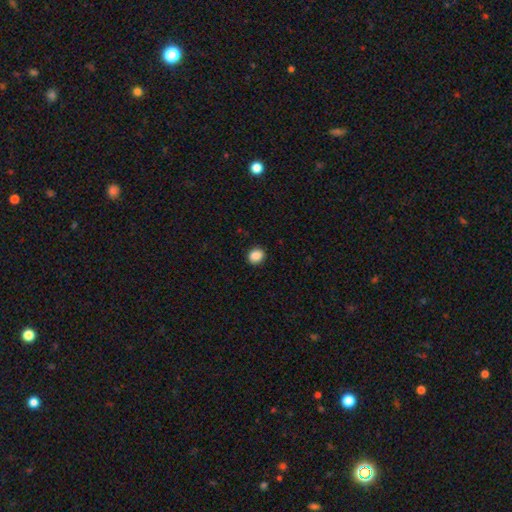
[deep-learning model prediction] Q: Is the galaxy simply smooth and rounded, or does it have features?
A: smooth — 88%.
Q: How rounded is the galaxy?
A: round — 66%.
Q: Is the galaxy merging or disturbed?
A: none — 90%.